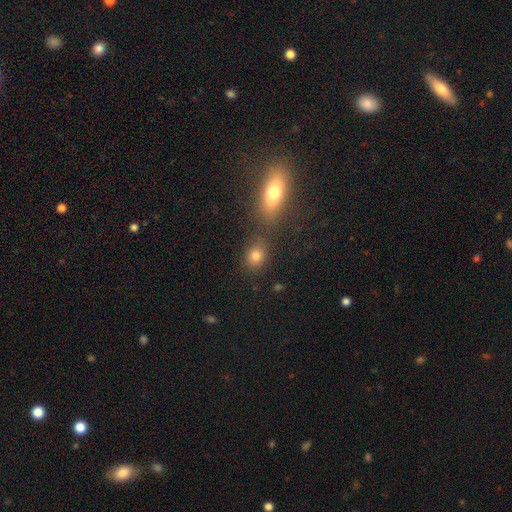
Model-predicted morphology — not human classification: Smooth or featured? smooth (78%)
How rounded? round (54%)
Merging? none (68%)